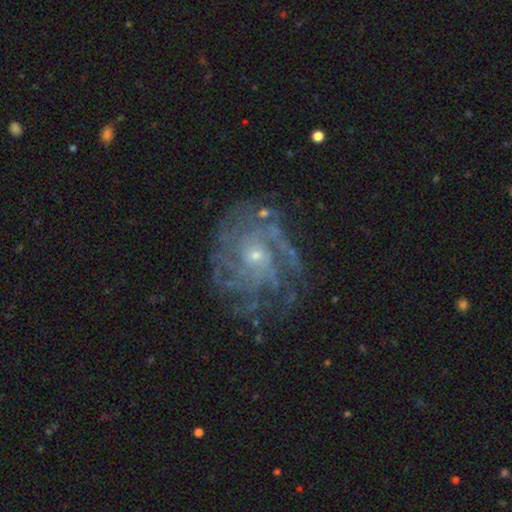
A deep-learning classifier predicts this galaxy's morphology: Smooth or featured? featured or disk (86%)
Edge-on disk? no (98%)
Bar? no (76%)
Spiral arms? yes (94%)
Spiral winding? tight (60%)
Spiral arm count? can't tell (30%)
Bulge size? small (75%)
Merging? none (71%)